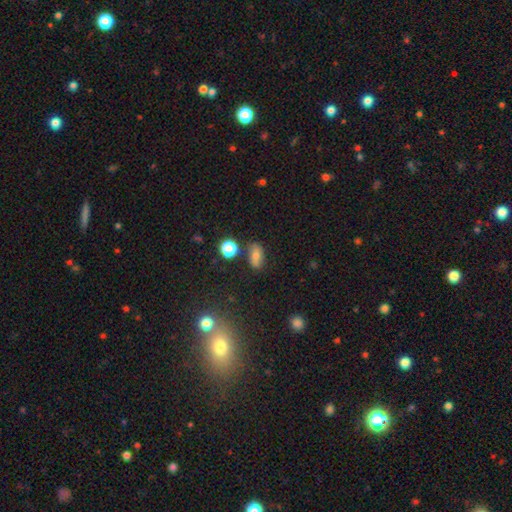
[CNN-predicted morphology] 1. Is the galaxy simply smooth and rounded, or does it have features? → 66% smooth, 18% featured or disk, 16% star or artifact.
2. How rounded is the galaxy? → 78% in between, 15% round, 7% cigar-shaped.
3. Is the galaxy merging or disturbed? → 75% none, 15% minor disturbance, 6% merger, 4% major disturbance.